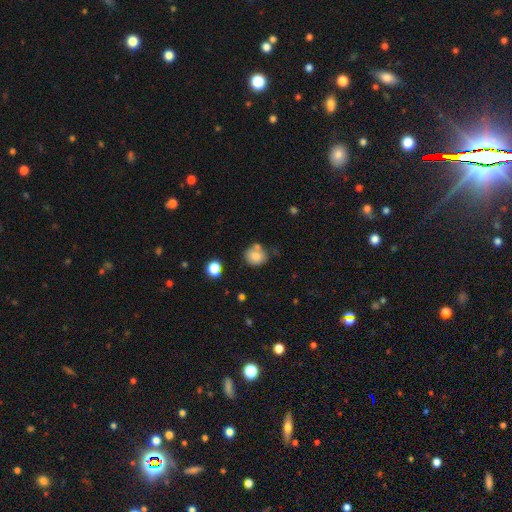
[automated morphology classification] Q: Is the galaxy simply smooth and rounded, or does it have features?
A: smooth — 80%.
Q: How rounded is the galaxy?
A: round — 80%.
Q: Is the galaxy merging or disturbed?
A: none — 62%.